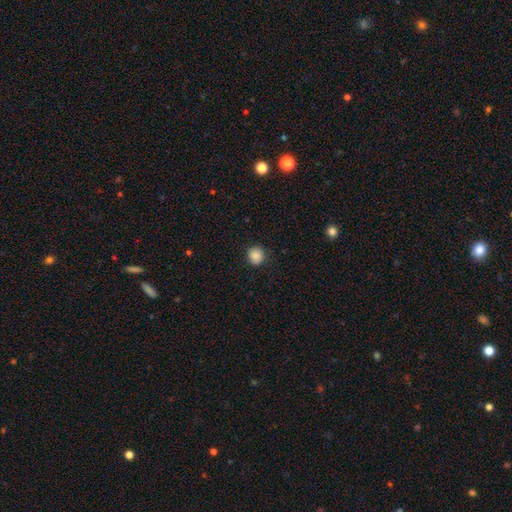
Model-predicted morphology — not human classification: This appears to be a smooth galaxy with no disk features (87%) that is round (89%). Merging: none (88%).